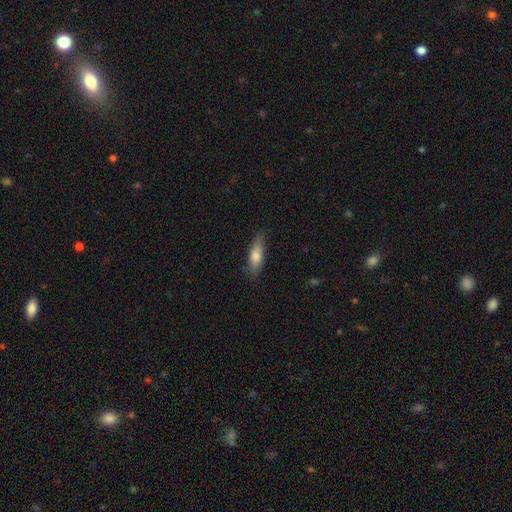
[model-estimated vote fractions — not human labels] Smooth or featured? smooth (72%)
How rounded? cigar-shaped (60%)
Merging? none (81%)